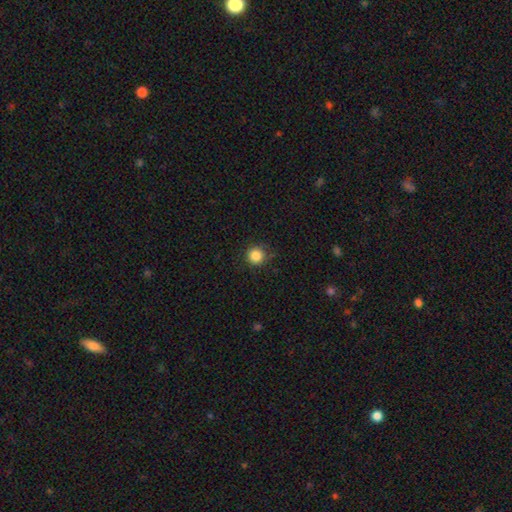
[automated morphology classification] smooth_or_featured: smooth (p=0.85) [alt: star or artifact p=0.11]
how_rounded: round (p=0.95) [alt: in between p=0.04]
merging: none (p=0.84) [alt: minor disturbance p=0.12]